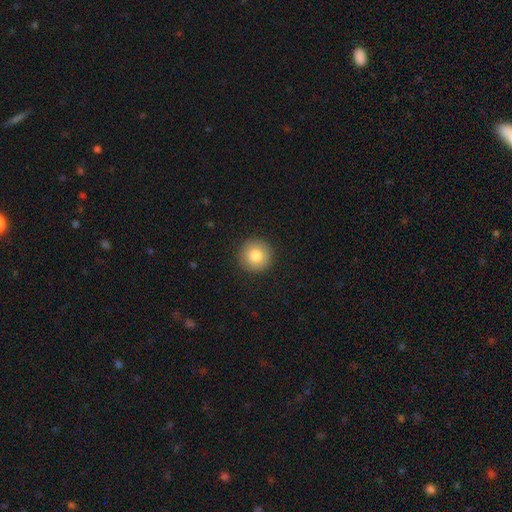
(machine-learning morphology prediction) Smooth or featured? smooth (84%)
How rounded? round (95%)
Merging? none (92%)